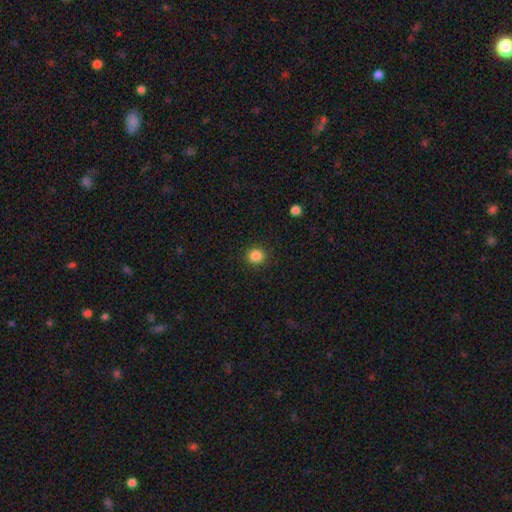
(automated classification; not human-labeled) smooth 86%, star or artifact 11%, featured or disk 3%. Down the decision tree: how rounded — round (87%); merging — none (90%).